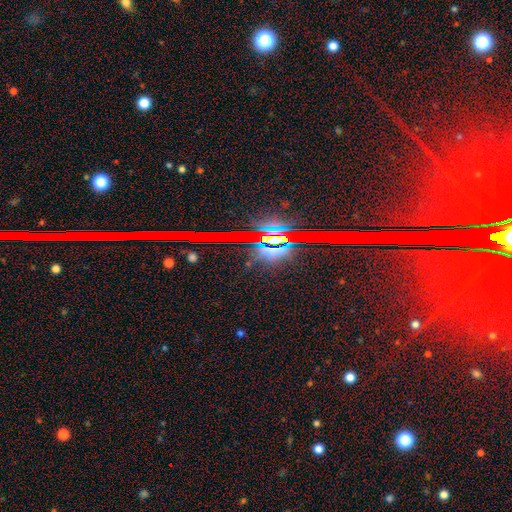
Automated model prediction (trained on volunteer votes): star or artifact 82%, featured or disk 12%, smooth 7%.